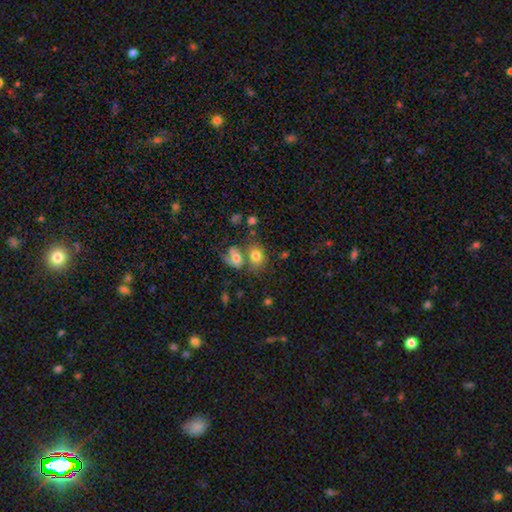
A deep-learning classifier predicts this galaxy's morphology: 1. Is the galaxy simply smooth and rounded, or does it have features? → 73% smooth, 17% featured or disk, 10% star or artifact.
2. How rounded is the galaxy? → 59% in between, 39% round, 1% cigar-shaped.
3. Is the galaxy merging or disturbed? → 43% merger, 38% none, 11% minor disturbance, 8% major disturbance.